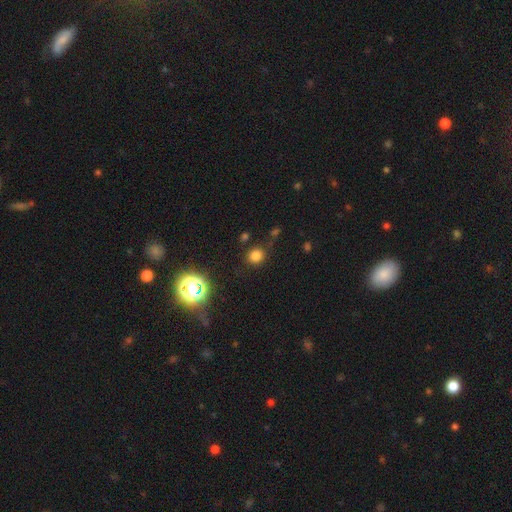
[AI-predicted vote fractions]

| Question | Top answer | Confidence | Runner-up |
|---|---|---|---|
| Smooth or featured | smooth | 75% | star or artifact (19%) |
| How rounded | round | 84% | in between (15%) |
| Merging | none | 82% | minor disturbance (10%) |